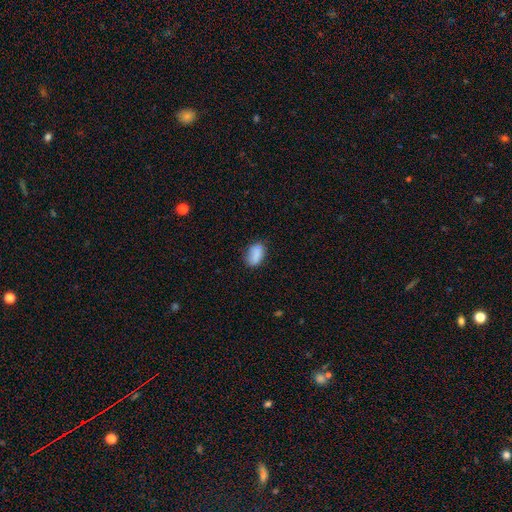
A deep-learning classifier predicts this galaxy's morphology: smooth 83%, featured or disk 9%, star or artifact 8%. Down the decision tree: how rounded — in between (87%); merging — none (69%).